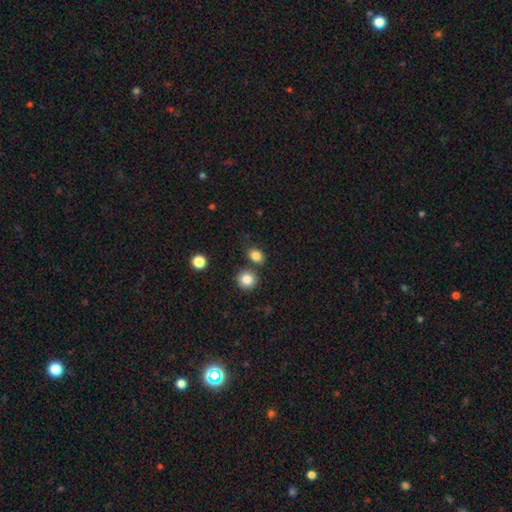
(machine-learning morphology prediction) The model was most divided on "how rounded": in between: 52%, round: 46%, cigar-shaped: 1%. More confident: smooth or featured — smooth (83%); merging — none (72%).